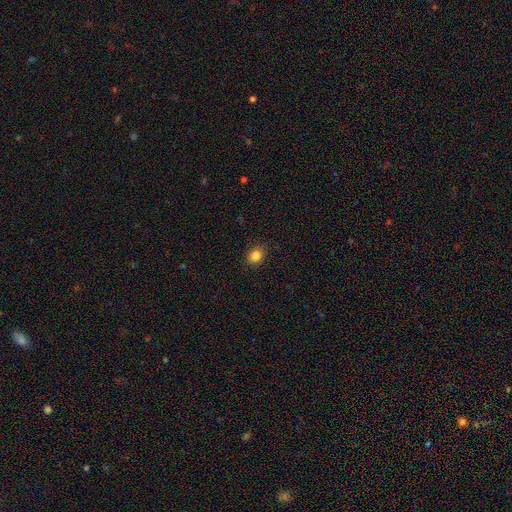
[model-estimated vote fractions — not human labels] smooth_or_featured: smooth (p=0.84) [alt: star or artifact p=0.11]
how_rounded: round (p=0.61) [alt: in between p=0.38]
merging: none (p=0.88) [alt: minor disturbance p=0.09]